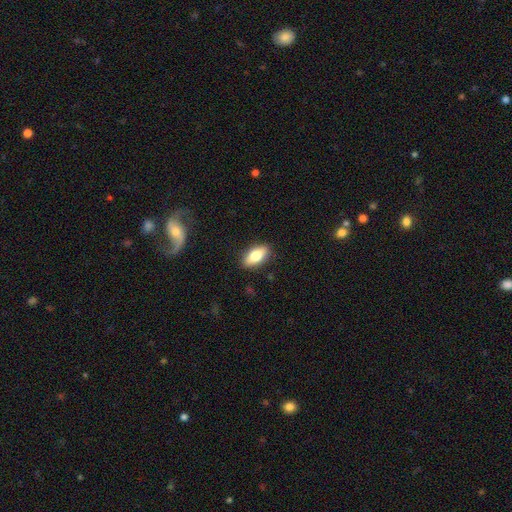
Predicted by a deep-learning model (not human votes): Smooth or featured?
  - smooth: 72% *
  - featured or disk: 21%
  - star or artifact: 7%
How rounded?
  - in between: 84% *
  - cigar-shaped: 12%
  - round: 4%
Merging?
  - none: 88% *
  - minor disturbance: 9%
  - major disturbance: 2%
  - merger: 1%